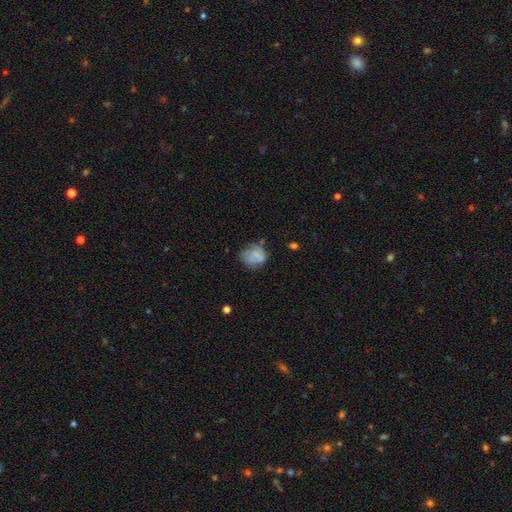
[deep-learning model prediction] Smooth or featured? smooth (58%)
How rounded? round (63%)
Merging? none (51%)